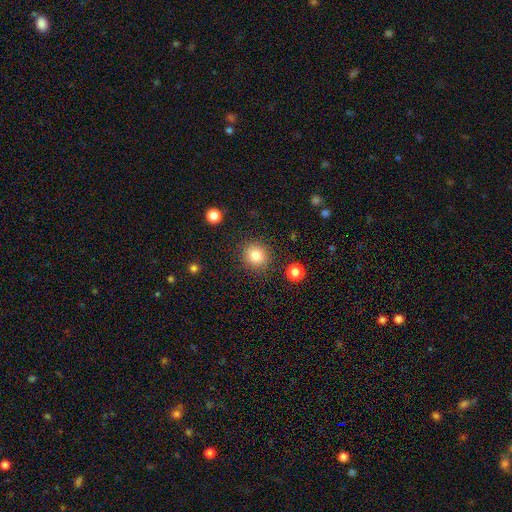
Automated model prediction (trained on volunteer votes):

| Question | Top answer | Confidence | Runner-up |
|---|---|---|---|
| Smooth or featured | smooth | 83% | star or artifact (11%) |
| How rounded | round | 87% | in between (12%) |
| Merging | none | 87% | minor disturbance (8%) |